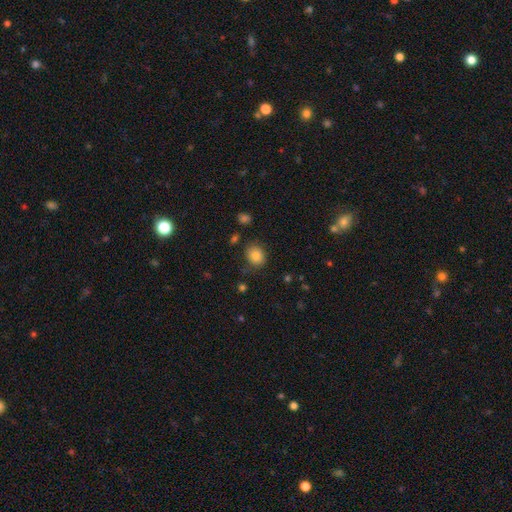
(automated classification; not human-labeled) smooth 81%, star or artifact 11%, featured or disk 8%. Down the decision tree: how rounded — round (66%); merging — none (78%).